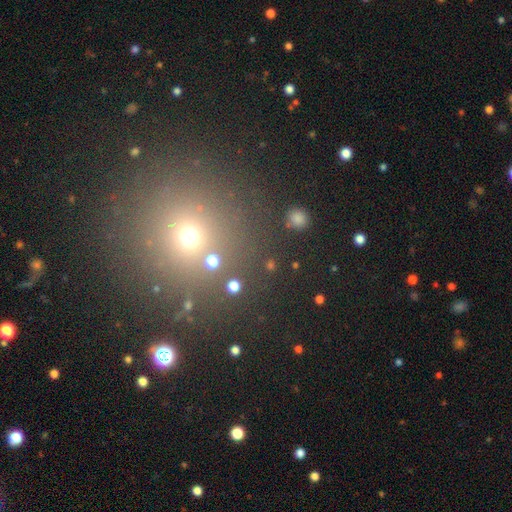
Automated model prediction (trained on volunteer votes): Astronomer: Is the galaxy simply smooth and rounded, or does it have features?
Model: smooth — 46%, tied with star or artifact at 46%.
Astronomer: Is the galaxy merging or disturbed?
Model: none — 85%.